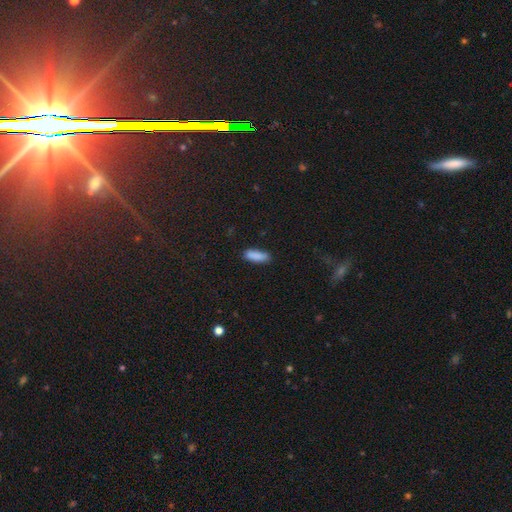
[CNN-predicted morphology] This is clearly a smooth galaxy (88%). How rounded: possibly in between (57%). Merging: likely none (80%).